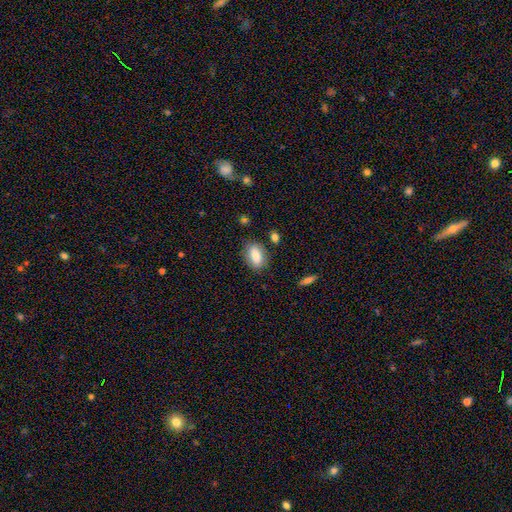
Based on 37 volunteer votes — Overall: smooth (89%). How rounded: in between (91%). Merging: none (86%).